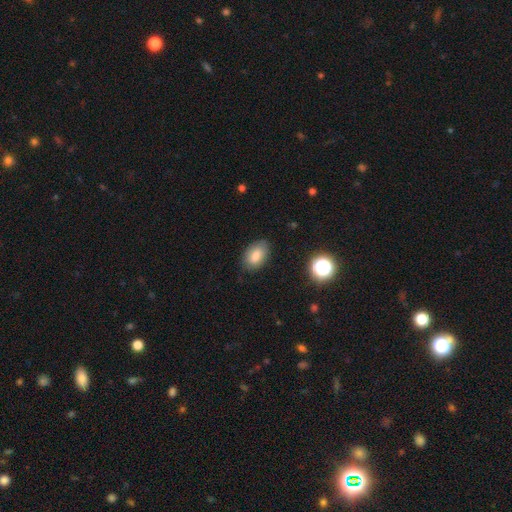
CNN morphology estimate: Smooth or featured?
  - smooth: 80% *
  - featured or disk: 11%
  - star or artifact: 10%
How rounded?
  - in between: 89% *
  - round: 9%
  - cigar-shaped: 1%
Merging?
  - none: 80% *
  - minor disturbance: 15%
  - major disturbance: 3%
  - merger: 1%